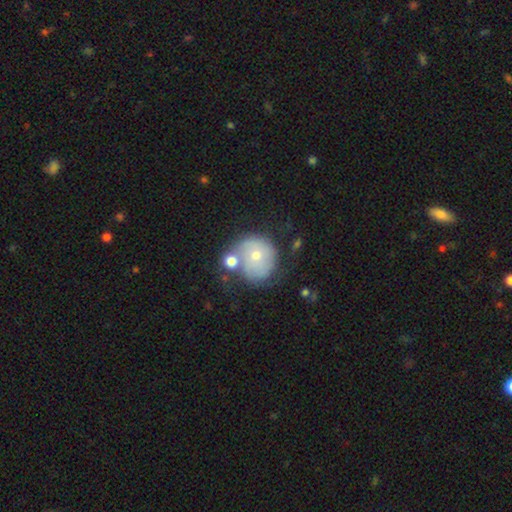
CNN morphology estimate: Smooth or featured? smooth (48%)
Merging? none (48%)